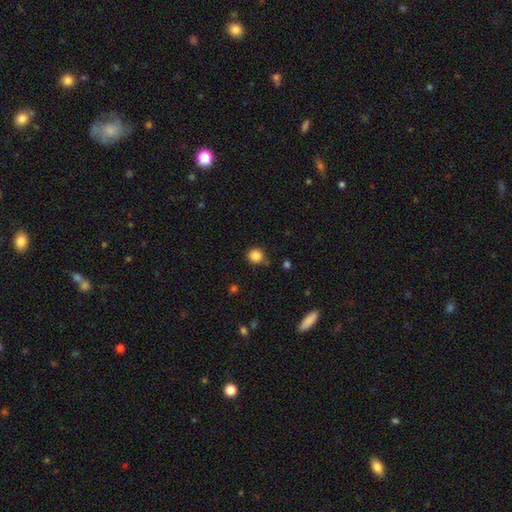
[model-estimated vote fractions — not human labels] Morphology: type=smooth (85%); roundness=round (91%); merging=none (80%).